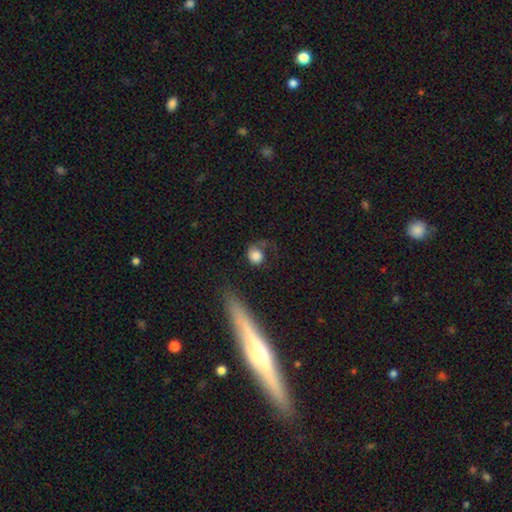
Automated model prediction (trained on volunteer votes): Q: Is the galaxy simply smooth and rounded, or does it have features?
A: smooth — 74%.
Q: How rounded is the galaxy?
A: round — 80%.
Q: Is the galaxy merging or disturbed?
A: major disturbance — 36%.